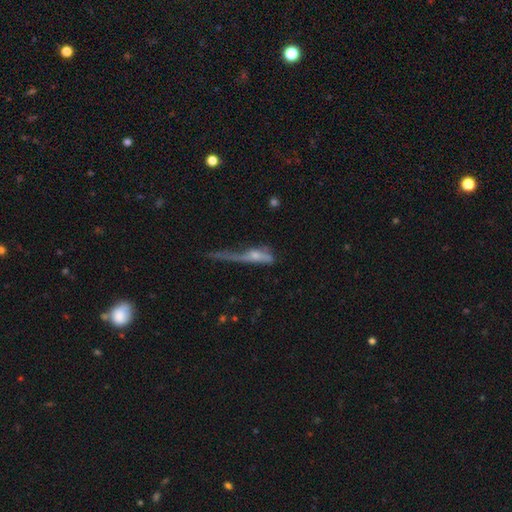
Smooth or featured? featured or disk (57%)
Edge-on disk? yes (67%)
Edge-on bulge? rounded (71%)
Merging? major disturbance (61%)